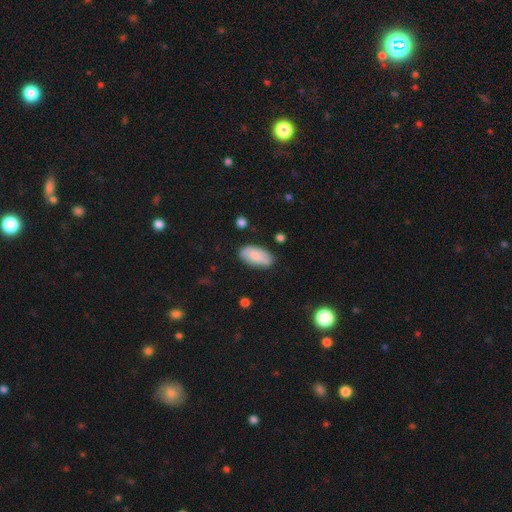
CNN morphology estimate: smooth_or_featured: smooth (p=0.78) [alt: featured or disk p=0.16]
how_rounded: in between (p=0.94) [alt: cigar-shaped p=0.04]
merging: none (p=0.78) [alt: minor disturbance p=0.16]